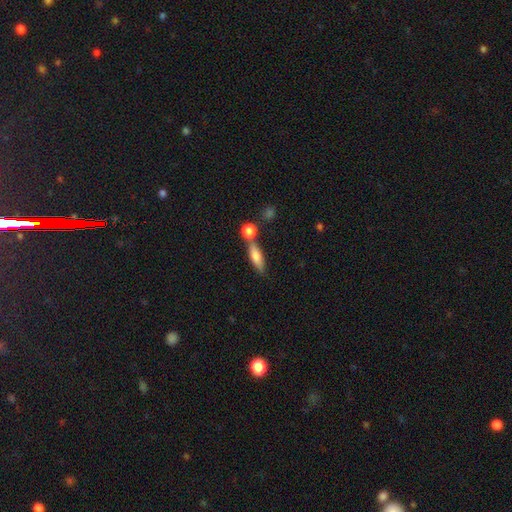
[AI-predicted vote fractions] smooth_or_featured: smooth (p=0.73) [alt: featured or disk p=0.19]
how_rounded: in between (p=0.48) [alt: cigar-shaped p=0.47]
merging: none (p=0.55) [alt: merger p=0.27]